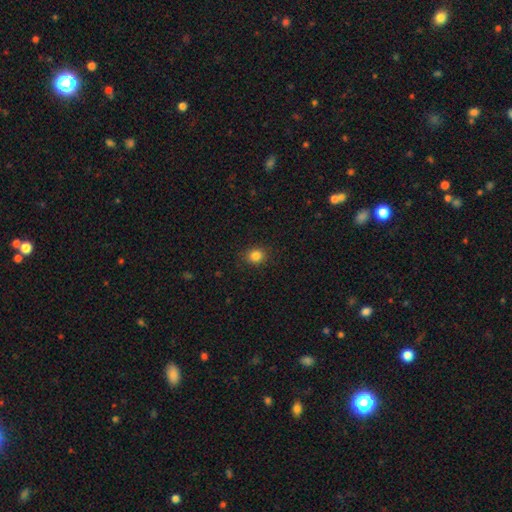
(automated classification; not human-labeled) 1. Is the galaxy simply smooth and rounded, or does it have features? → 84% smooth, 11% star or artifact, 4% featured or disk.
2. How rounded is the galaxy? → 71% round, 28% in between, 1% cigar-shaped.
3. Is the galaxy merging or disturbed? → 89% none, 8% minor disturbance, 2% major disturbance, 1% merger.